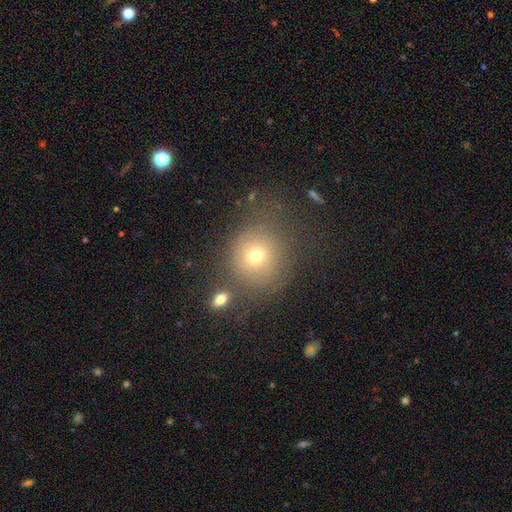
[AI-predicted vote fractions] Q: Smooth or featured?
A: smooth (70%); runner-up: star or artifact (16%)
Q: How rounded?
A: round (86%); runner-up: in between (13%)
Q: Merging?
A: none (69%); runner-up: minor disturbance (15%)